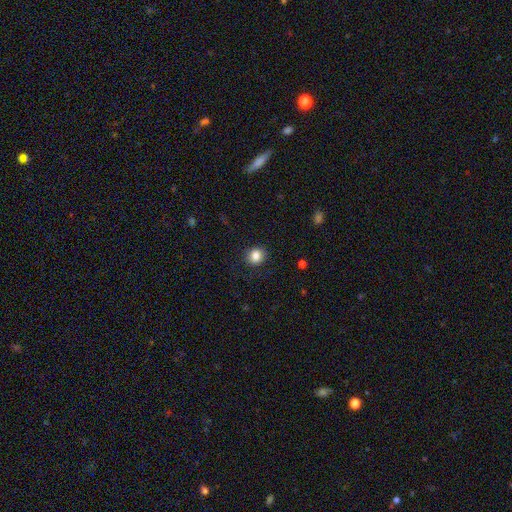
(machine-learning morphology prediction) smooth-or-featured: smooth: 86% | star or artifact: 10% | featured or disk: 5%
  how-rounded: round: 76% | in between: 23% | cigar-shaped: 1%
  merging: none: 88% | minor disturbance: 8% | major disturbance: 3% | merger: 1%